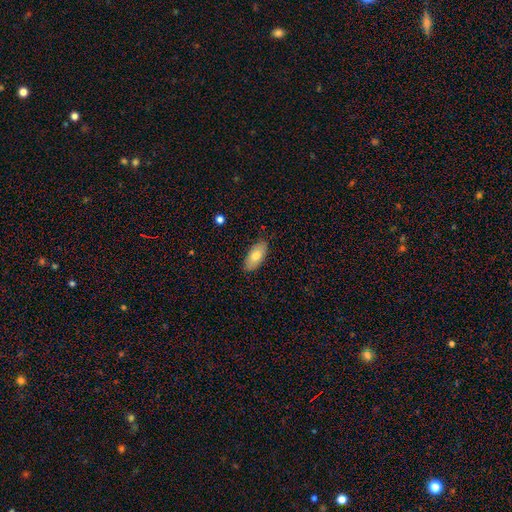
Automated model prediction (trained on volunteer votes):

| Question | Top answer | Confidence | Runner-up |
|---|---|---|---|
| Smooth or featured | smooth | 75% | featured or disk (19%) |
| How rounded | in between | 90% | cigar-shaped (7%) |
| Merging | none | 86% | minor disturbance (10%) |